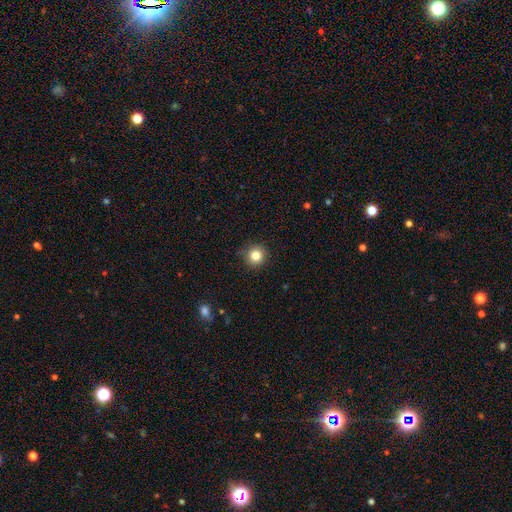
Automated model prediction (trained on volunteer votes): The model was most divided on "smooth or featured": smooth: 83%, star or artifact: 11%, featured or disk: 6%. More confident: how rounded — round (94%); merging — none (88%).